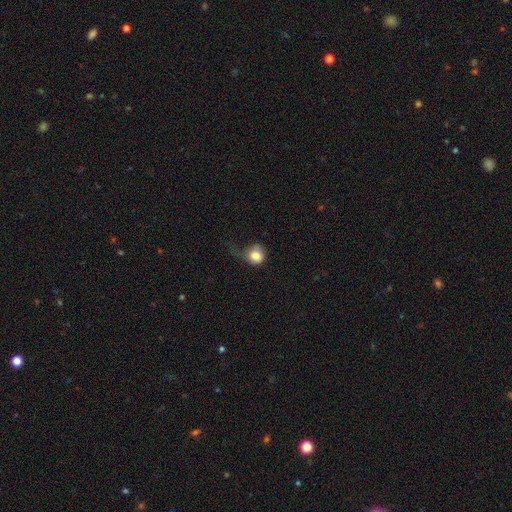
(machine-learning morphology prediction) Smooth or featured?
  - smooth: 80% *
  - featured or disk: 11%
  - star or artifact: 9%
How rounded?
  - round: 81% *
  - in between: 18%
  - cigar-shaped: 1%
Merging?
  - major disturbance: 39% *
  - minor disturbance: 30%
  - none: 27%
  - merger: 4%